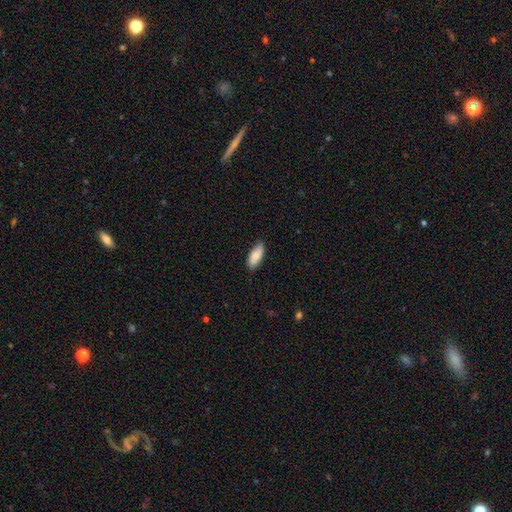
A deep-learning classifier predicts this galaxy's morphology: Smooth or featured? smooth (87%)
How rounded? in between (80%)
Merging? none (81%)